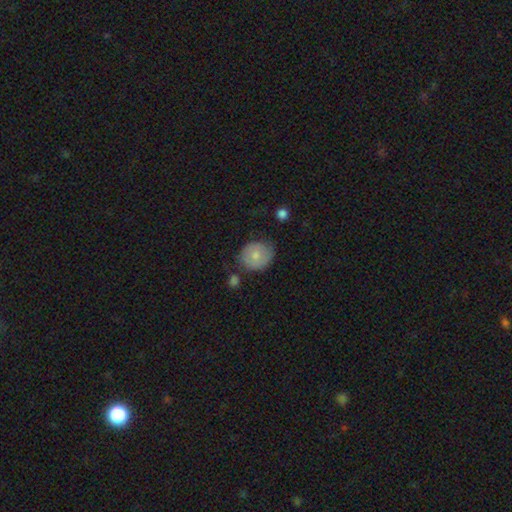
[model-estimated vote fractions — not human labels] Overall: smooth (73%). How rounded: round (71%). Merging: none (67%).